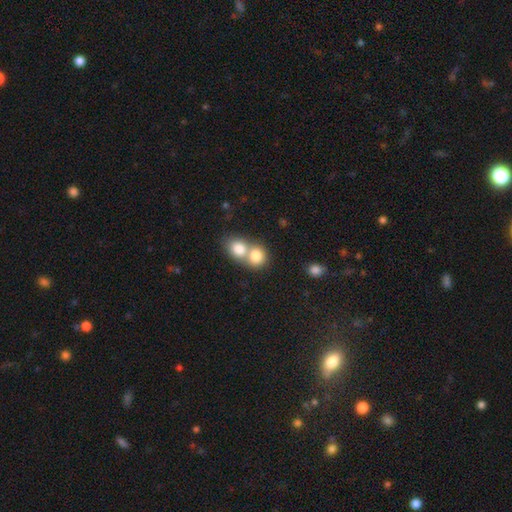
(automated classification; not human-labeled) Overall: smooth (80%). How rounded: round (67%; in between 32%). Merging: merger (67%).